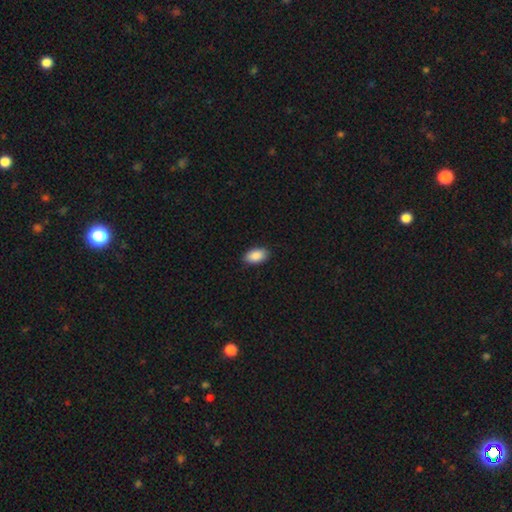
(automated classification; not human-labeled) Smooth or featured: smooth — 90% (star or artifact — 7%)
How rounded: in between — 94% (round — 4%)
Merging: none — 88% (minor disturbance — 9%)